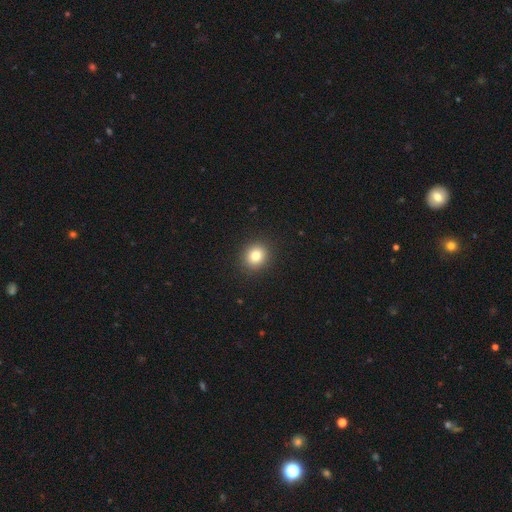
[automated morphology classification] Overall: smooth (81%). How rounded: round (80%). Merging: none (91%).